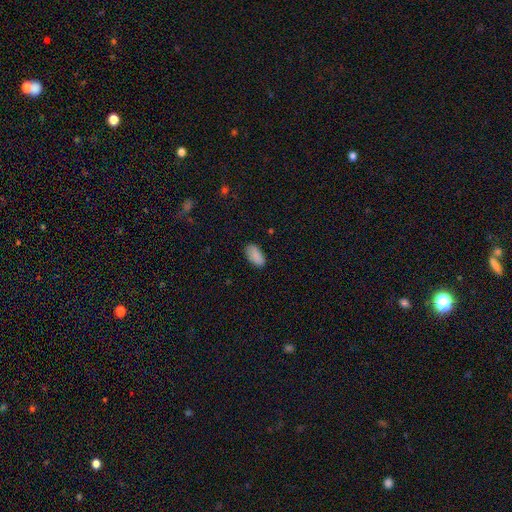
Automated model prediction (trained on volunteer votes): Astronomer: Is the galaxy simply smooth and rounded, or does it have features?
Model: smooth — 89%.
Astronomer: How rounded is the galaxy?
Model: in between — 93%.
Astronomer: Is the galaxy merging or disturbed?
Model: none — 84%.